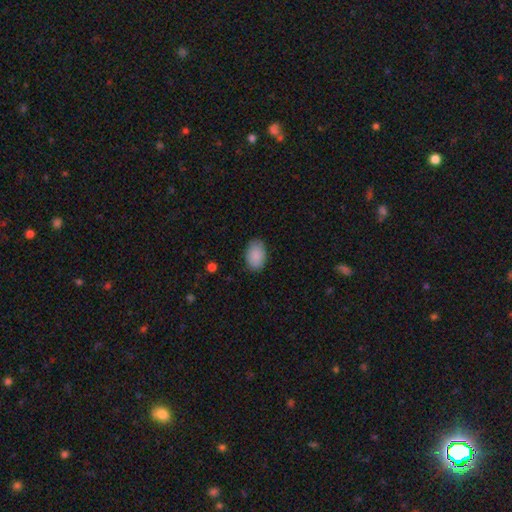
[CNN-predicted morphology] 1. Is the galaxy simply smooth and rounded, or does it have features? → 90% smooth, 7% star or artifact, 4% featured or disk.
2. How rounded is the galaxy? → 87% in between, 11% round, 1% cigar-shaped.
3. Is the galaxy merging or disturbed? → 85% none, 12% minor disturbance, 2% major disturbance, 1% merger.